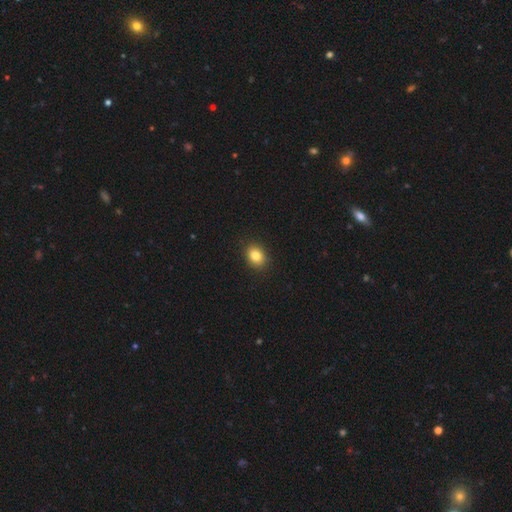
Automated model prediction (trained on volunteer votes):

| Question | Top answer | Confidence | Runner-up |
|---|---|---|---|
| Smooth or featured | smooth | 84% | star or artifact (10%) |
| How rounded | round | 50% | in between (49%) |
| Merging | none | 88% | minor disturbance (9%) |